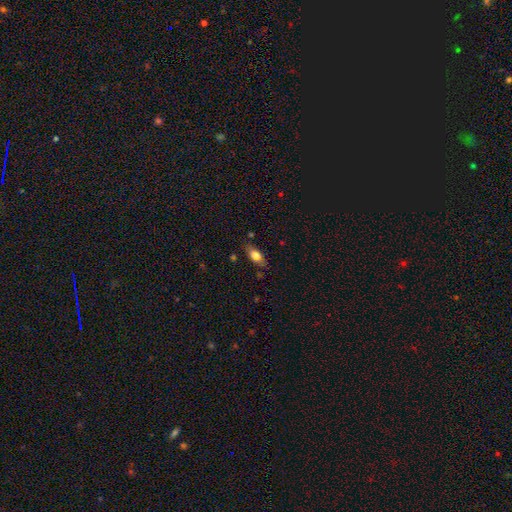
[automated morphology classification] Smooth or featured? smooth (71%)
How rounded? in between (80%)
Merging? none (77%)